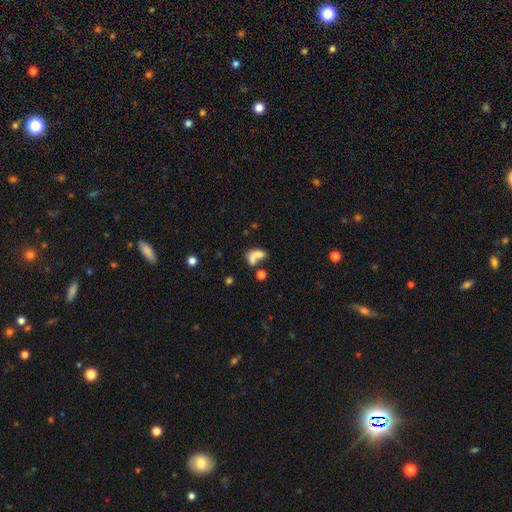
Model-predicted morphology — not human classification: type=smooth (67%); roundness=in between (76%); merging=merger (60%).